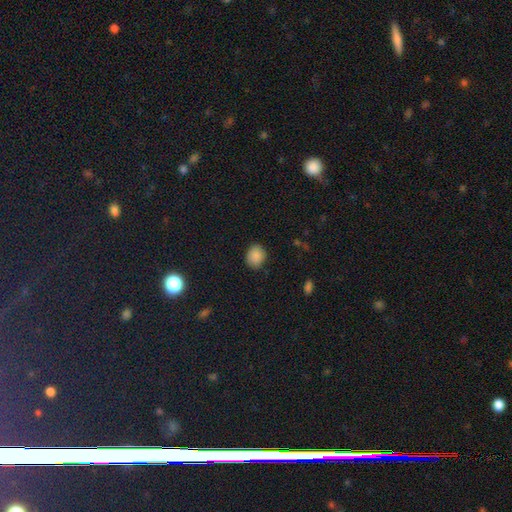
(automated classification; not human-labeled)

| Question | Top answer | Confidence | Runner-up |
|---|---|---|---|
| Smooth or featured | smooth | 87% | star or artifact (9%) |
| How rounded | round | 58% | in between (41%) |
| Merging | none | 85% | minor disturbance (12%) |